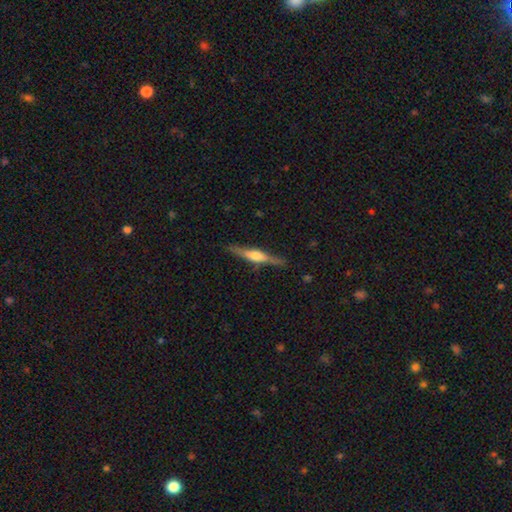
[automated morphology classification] A featured or disk galaxy (70%) viewed edge-on (97%) with a rounded central bulge (86%).

Vote fractions:
- Smooth or featured? featured or disk: 70% / smooth: 24% / star or artifact: 5%
- Edge-on disk? yes: 97% / no: 3%
- Edge-on bulge? rounded: 86% / boxy: 10% / none: 4%
- Merging? none: 86% / minor disturbance: 10% / major disturbance: 2% / merger: 1%